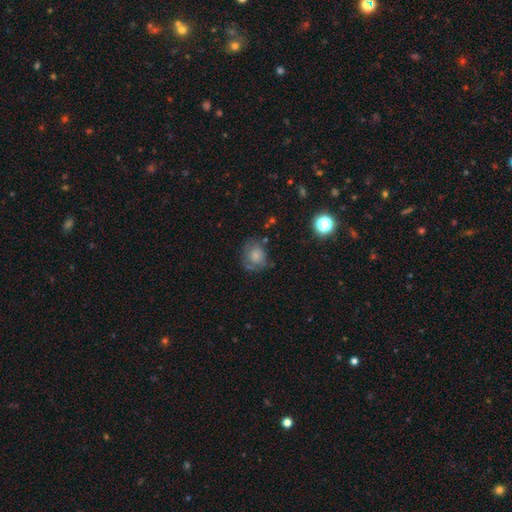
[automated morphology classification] smooth 57%, featured or disk 32%, star or artifact 11%. Down the decision tree: how rounded — round (69%); merging — none (59%).